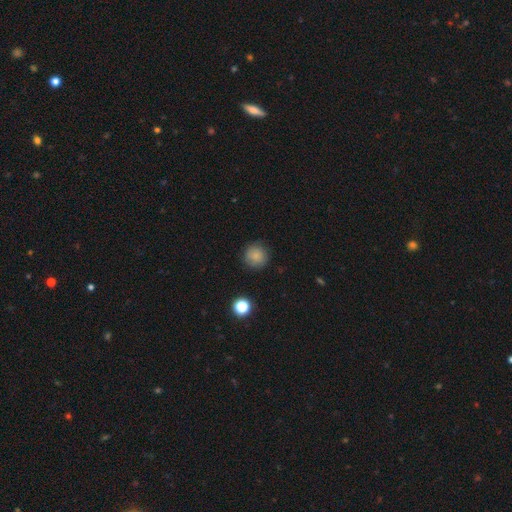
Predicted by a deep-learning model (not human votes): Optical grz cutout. It shows a smooth galaxy with no disk features (84%) that is round (94%). Merging: none (88%).